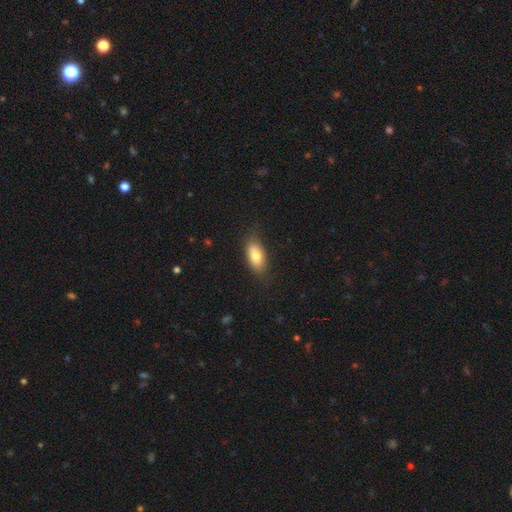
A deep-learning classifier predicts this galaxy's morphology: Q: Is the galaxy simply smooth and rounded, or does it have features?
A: smooth — 79%.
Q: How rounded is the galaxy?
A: in between — 85%.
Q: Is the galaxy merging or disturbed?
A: none — 80%.